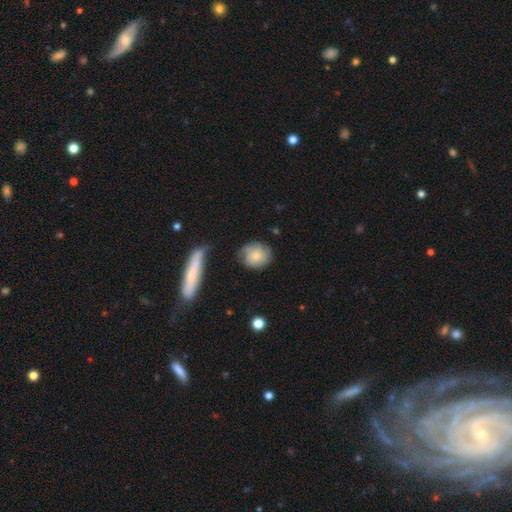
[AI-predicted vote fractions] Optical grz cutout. It shows a smooth galaxy with no disk features (58%) that is round (75%). Merging: none (63%).